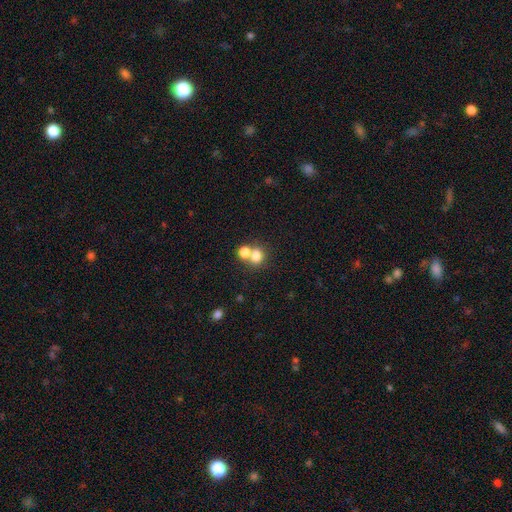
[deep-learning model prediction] Q: Smooth or featured?
A: smooth (75%); runner-up: star or artifact (13%)
Q: How rounded?
A: round (71%); runner-up: in between (28%)
Q: Merging?
A: merger (49%); runner-up: none (42%)